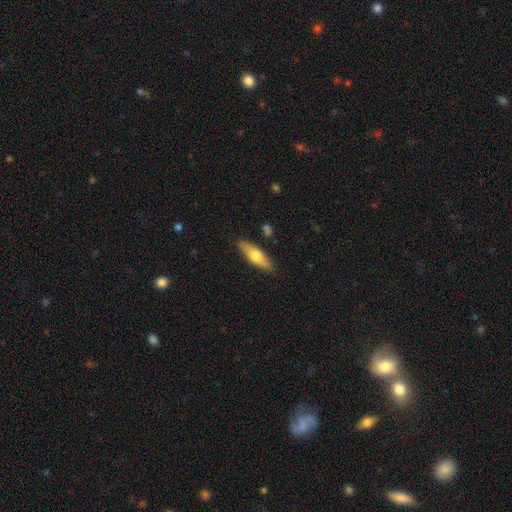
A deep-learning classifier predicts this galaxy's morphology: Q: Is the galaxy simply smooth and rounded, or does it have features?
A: smooth — 57%.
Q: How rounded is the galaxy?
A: cigar-shaped — 54%.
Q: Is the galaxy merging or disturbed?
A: none — 87%.